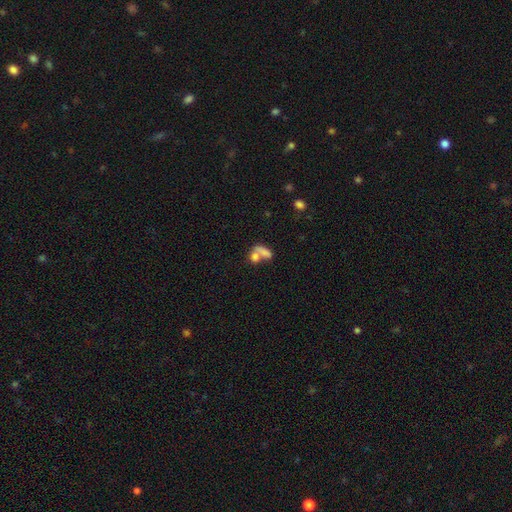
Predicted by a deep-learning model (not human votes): This is likely a smooth galaxy (73%). How rounded: likely in between (64%). Merging: likely merger (60%).